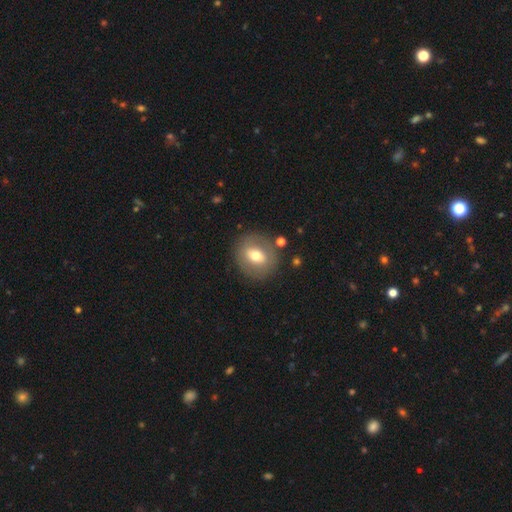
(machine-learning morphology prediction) Smooth or featured?
  - smooth: 60% *
  - featured or disk: 31%
  - star or artifact: 9%
How rounded?
  - round: 73% *
  - in between: 25%
  - cigar-shaped: 1%
Merging?
  - none: 83% *
  - minor disturbance: 10%
  - major disturbance: 4%
  - merger: 3%